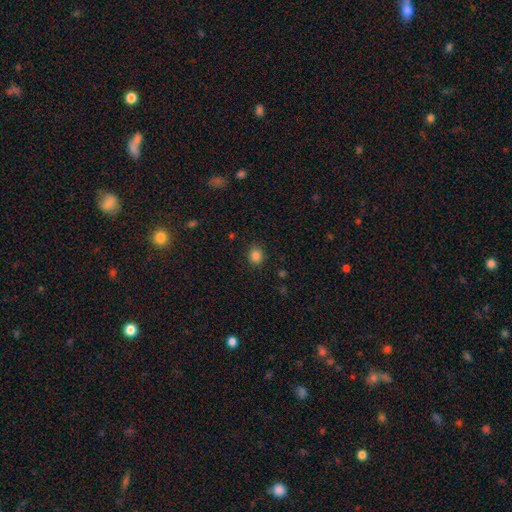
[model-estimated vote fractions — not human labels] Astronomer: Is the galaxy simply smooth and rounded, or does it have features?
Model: smooth — 84%.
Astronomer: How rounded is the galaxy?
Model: round — 78%.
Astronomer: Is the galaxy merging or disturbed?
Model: none — 88%.